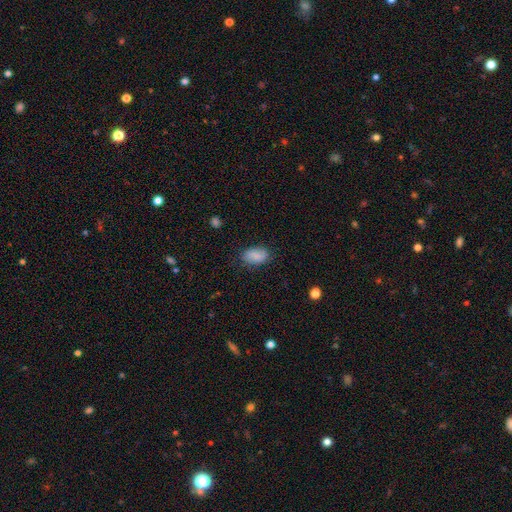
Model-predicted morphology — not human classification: smooth_or_featured: smooth (p=0.85) [alt: featured or disk p=0.08]
how_rounded: in between (p=0.91) [alt: round p=0.07]
merging: none (p=0.76) [alt: minor disturbance p=0.18]